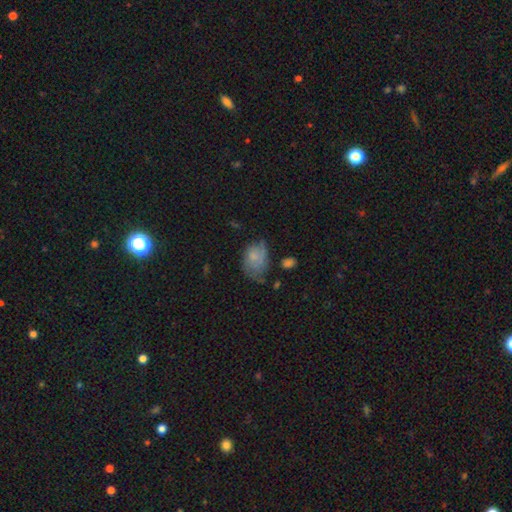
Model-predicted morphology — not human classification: Smooth or featured? Predicted: smooth (p=0.63). How rounded? Predicted: in between (p=0.80). Merging? Predicted: none (p=0.37).